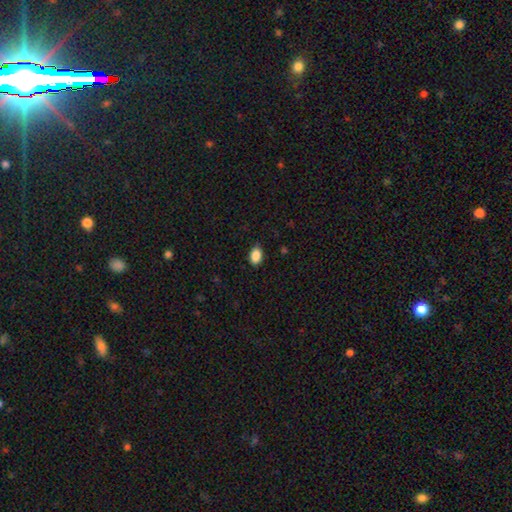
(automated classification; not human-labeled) A smooth galaxy with no disk features (88%) that is in between round and cigar-shaped (85%). Merging: none (85%).